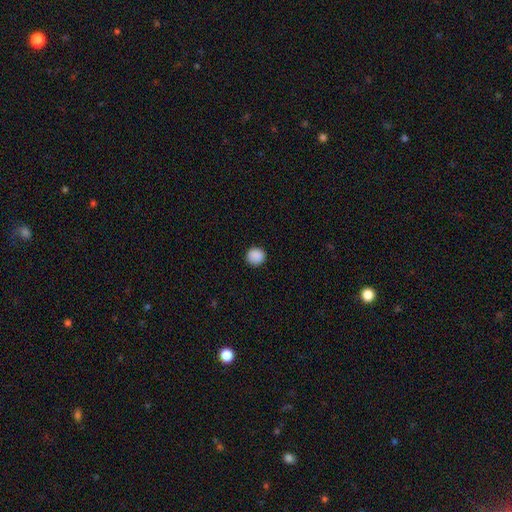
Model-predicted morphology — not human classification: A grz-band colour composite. It shows a smooth galaxy with no disk features (89%) that is round (91%). Merging: none (91%).